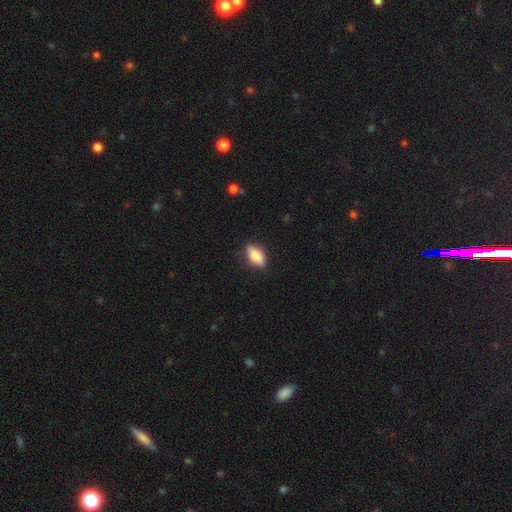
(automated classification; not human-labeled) This is clearly a smooth galaxy (81%). How rounded: clearly in between (85%). Merging: clearly none (83%).